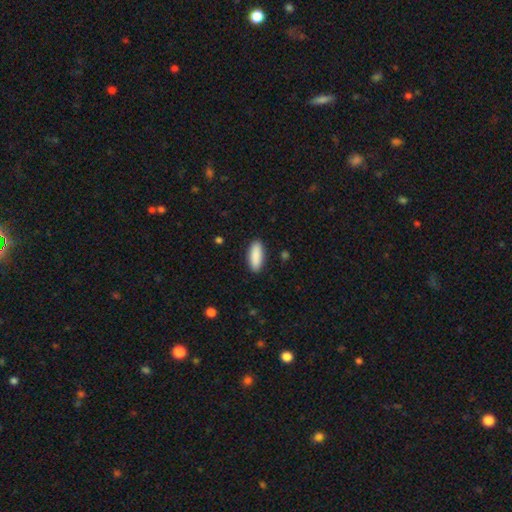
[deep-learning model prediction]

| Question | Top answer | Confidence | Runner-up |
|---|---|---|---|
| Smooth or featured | smooth | 90% | star or artifact (6%) |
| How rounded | in between | 69% | cigar-shaped (29%) |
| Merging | none | 89% | minor disturbance (8%) |